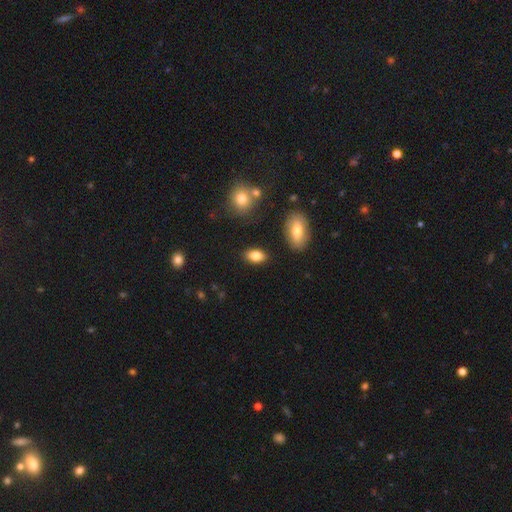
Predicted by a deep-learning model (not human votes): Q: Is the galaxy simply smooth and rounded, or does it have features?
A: smooth — 83%.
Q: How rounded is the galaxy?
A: in between — 90%.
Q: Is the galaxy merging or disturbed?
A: none — 87%.